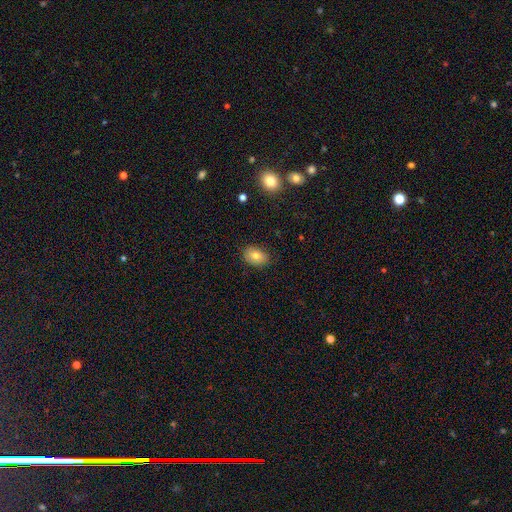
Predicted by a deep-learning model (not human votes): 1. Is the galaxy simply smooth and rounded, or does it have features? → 78% smooth, 12% featured or disk, 10% star or artifact.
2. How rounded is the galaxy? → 77% in between, 22% round, 1% cigar-shaped.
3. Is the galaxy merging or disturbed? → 84% none, 12% minor disturbance, 2% major disturbance, 1% merger.